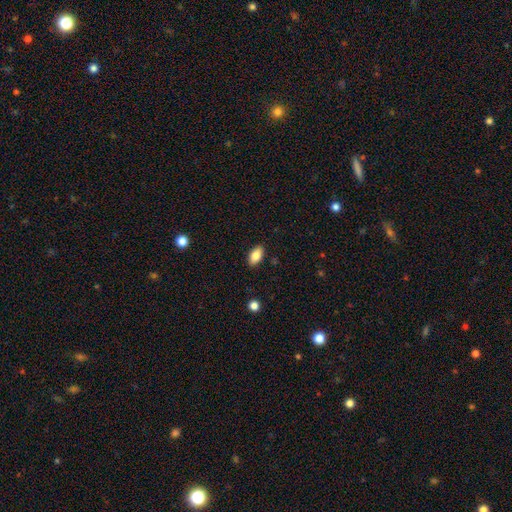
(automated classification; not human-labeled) Smooth or featured? Predicted: smooth (p=0.83). How rounded? Predicted: in between (p=0.92). Merging? Predicted: none (p=0.88).